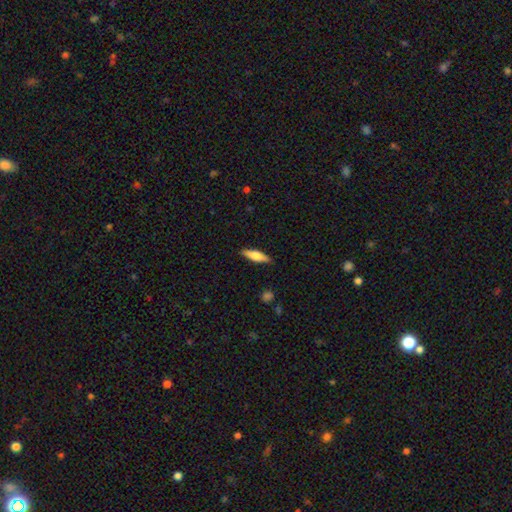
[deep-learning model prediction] smooth 63%, featured or disk 31%, star or artifact 6%. Down the decision tree: how rounded — cigar-shaped (61%); merging — none (88%).